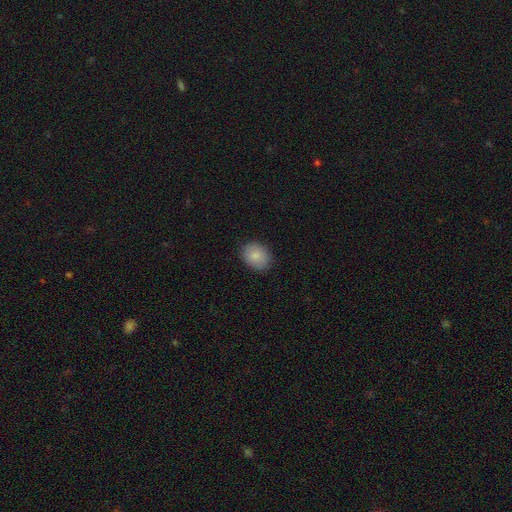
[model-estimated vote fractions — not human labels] smooth 86%, star or artifact 7%, featured or disk 7%. Down the decision tree: how rounded — in between (59%); merging — none (86%).